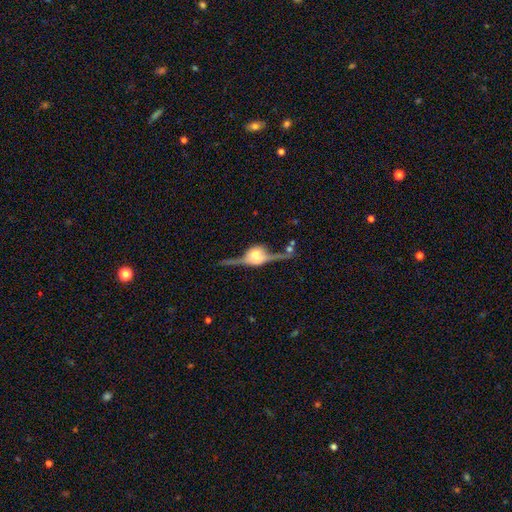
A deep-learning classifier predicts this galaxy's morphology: featured or disk 86%, smooth 8%, star or artifact 6%. Down the decision tree: edge-on disk — yes (91%); edge-on bulge — rounded (90%); merging — none (63%).